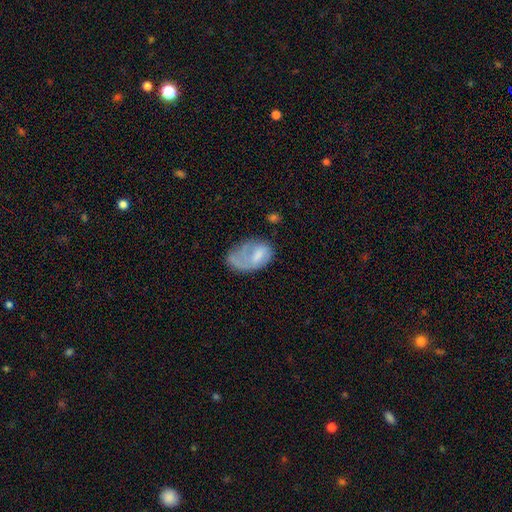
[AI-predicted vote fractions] This is possibly a smooth galaxy (49%). Merging: marginally major disturbance (40%).